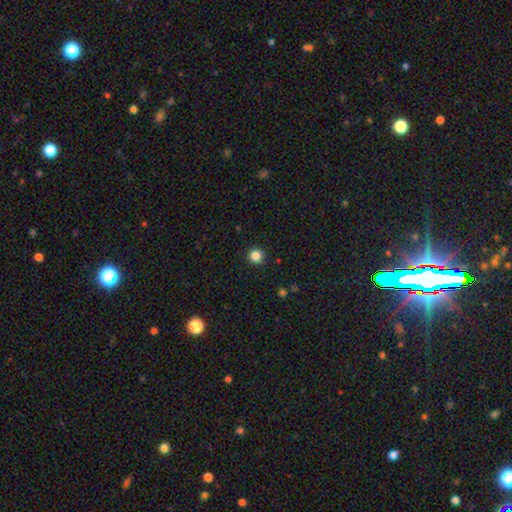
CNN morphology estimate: Overall: smooth (84%). How rounded: round (94%). Merging: none (92%).